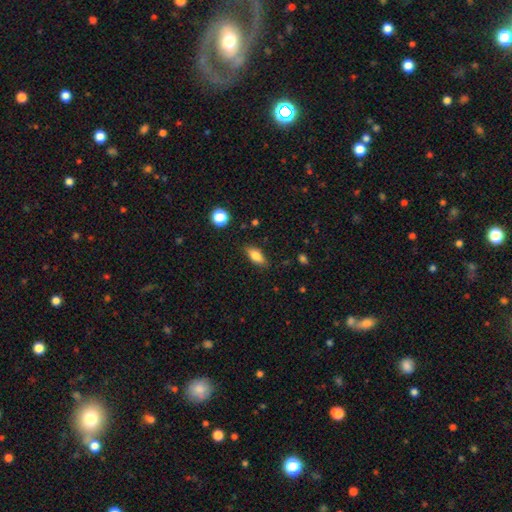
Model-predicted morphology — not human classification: A smooth galaxy with no disk features (79%) that is in between round and cigar-shaped (81%). Merging: none (83%).